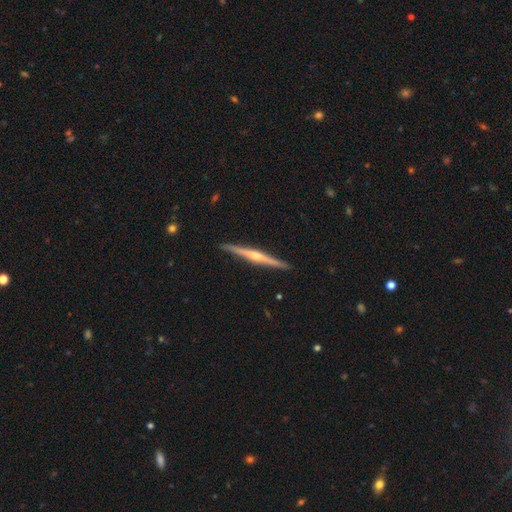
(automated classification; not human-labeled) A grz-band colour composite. It shows a featured or disk galaxy (80%) viewed edge-on (98%) with a rounded central bulge (85%). Merging: none (92%).